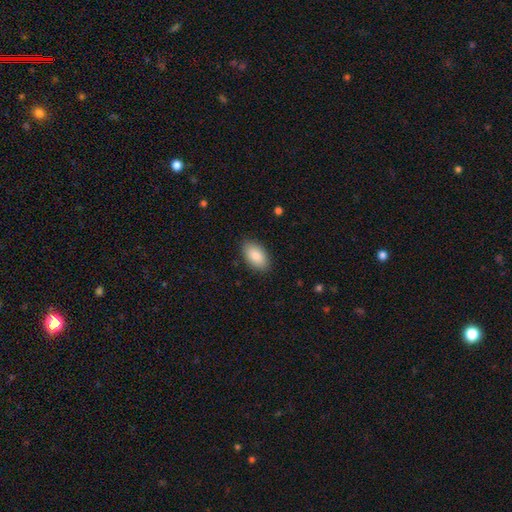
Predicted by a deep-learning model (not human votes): Q: Smooth or featured?
A: smooth (87%); runner-up: featured or disk (7%)
Q: How rounded?
A: in between (95%); runner-up: round (3%)
Q: Merging?
A: none (87%); runner-up: minor disturbance (9%)